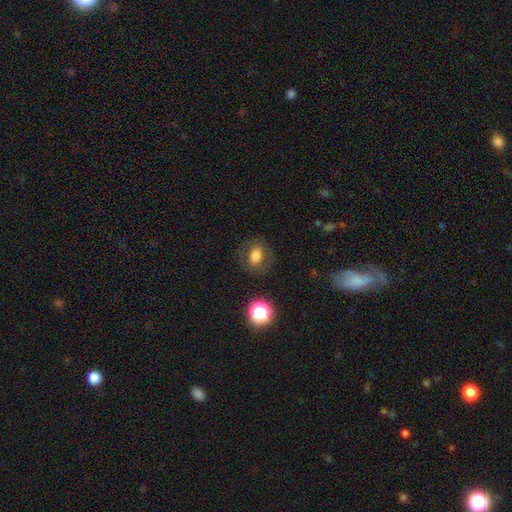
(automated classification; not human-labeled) This is likely a smooth galaxy (68%). How rounded: possibly in between (55%). Merging: likely none (80%).